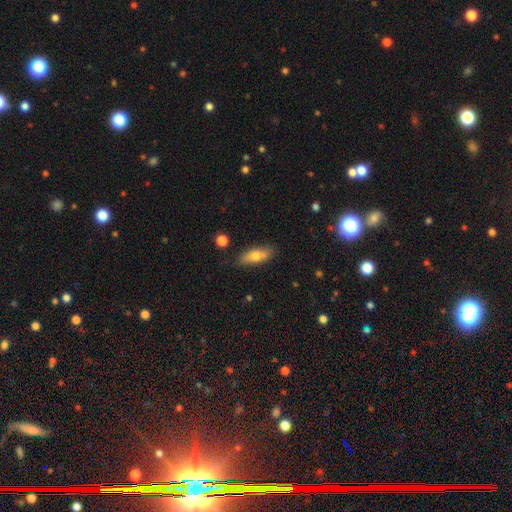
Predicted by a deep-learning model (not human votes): Smooth or featured? smooth (66%)
How rounded? in between (57%)
Merging? none (79%)